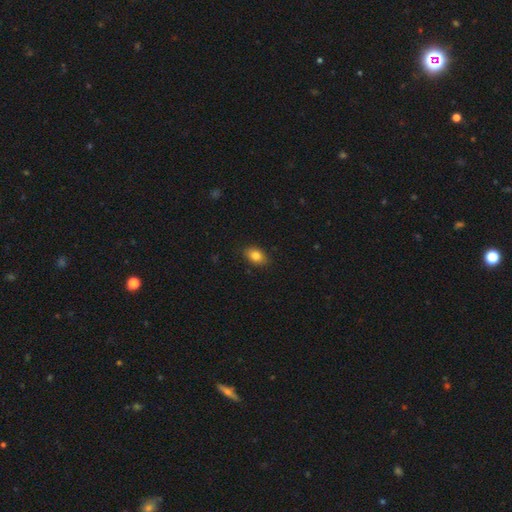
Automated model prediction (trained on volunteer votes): Smooth or featured: smooth — 83% (star or artifact — 9%)
How rounded: in between — 82% (round — 16%)
Merging: none — 87% (minor disturbance — 10%)